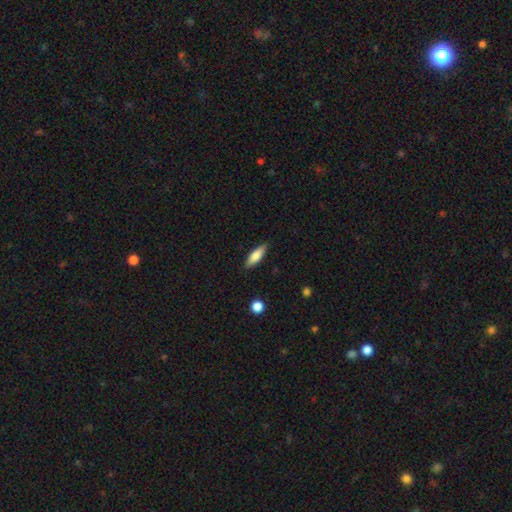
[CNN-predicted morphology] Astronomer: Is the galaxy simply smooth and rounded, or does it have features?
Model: smooth — 74%.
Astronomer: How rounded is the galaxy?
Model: in between — 51% (runner-up: cigar-shaped, 46%).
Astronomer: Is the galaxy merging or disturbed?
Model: none — 87%.